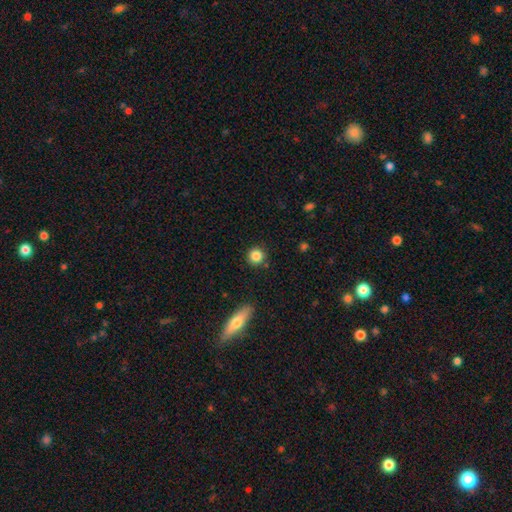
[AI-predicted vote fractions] Smooth or featured? smooth (84%)
How rounded? round (92%)
Merging? none (88%)